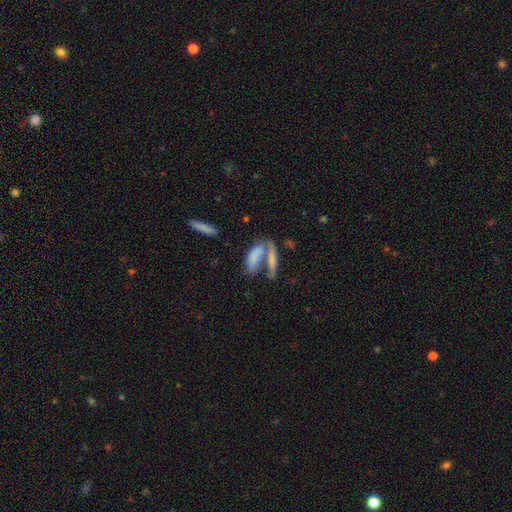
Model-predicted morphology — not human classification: The model was most divided on "how rounded": in between: 57%, cigar-shaped: 39%, round: 3%. More confident: smooth or featured — smooth (69%); merging — merger (51%).